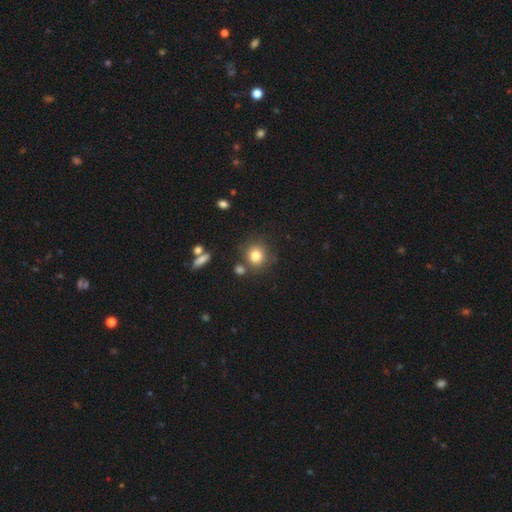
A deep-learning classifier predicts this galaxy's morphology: smooth-or-featured: smooth: 79% | star or artifact: 12% | featured or disk: 9%
  how-rounded: round: 86% | in between: 13% | cigar-shaped: 1%
  merging: none: 75% | minor disturbance: 11% | merger: 10% | major disturbance: 4%